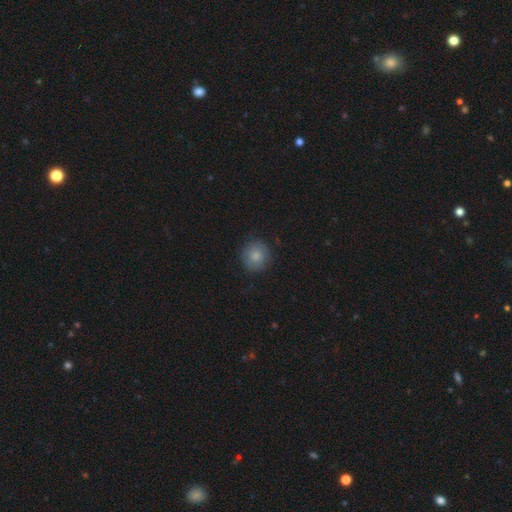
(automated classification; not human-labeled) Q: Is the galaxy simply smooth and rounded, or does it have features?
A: smooth — 81%.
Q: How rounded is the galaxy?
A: round — 91%.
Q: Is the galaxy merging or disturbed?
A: none — 84%.